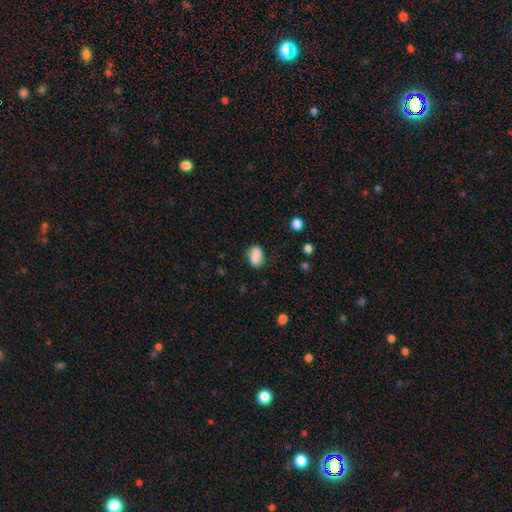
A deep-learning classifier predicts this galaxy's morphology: Smooth or featured? Predicted: smooth (p=0.79). How rounded? Predicted: in between (p=0.77). Merging? Predicted: none (p=0.61).